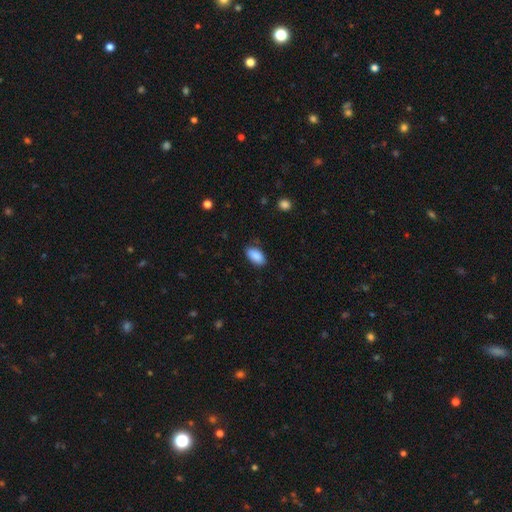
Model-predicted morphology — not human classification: Smooth or featured? Predicted: smooth (p=0.90). How rounded? Predicted: in between (p=0.94). Merging? Predicted: none (p=0.85).